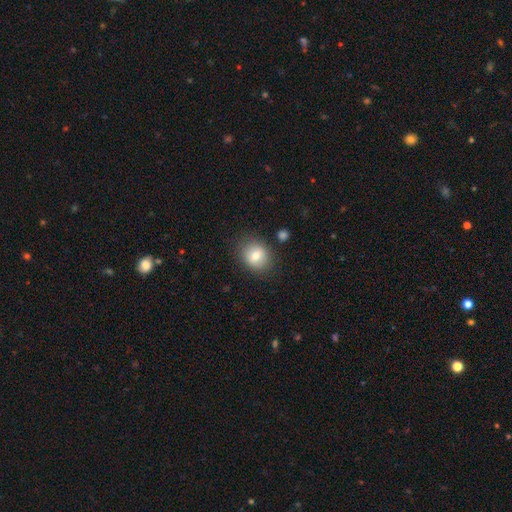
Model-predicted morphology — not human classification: This appears to be a smooth galaxy with no disk features (79%) that is round (66%). Merging: none (82%).